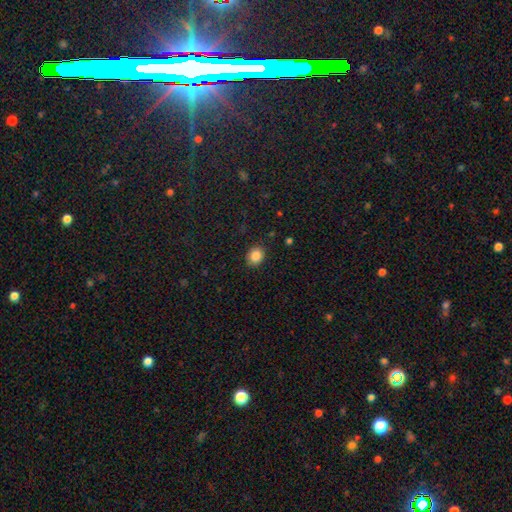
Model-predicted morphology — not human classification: Smooth or featured? smooth (86%)
How rounded? round (62%)
Merging? none (88%)